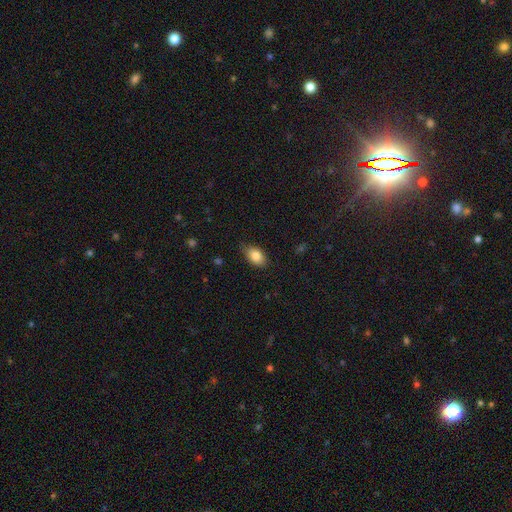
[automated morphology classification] smooth_or_featured: smooth (p=0.84) [alt: featured or disk p=0.08]
how_rounded: in between (p=0.88) [alt: round p=0.10]
merging: none (p=0.77) [alt: minor disturbance p=0.19]